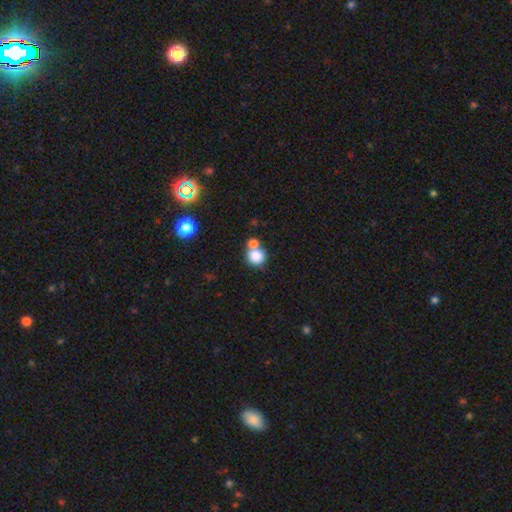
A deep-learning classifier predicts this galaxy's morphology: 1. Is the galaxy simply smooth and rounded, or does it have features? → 83% smooth, 10% star or artifact, 7% featured or disk.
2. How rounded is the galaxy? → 87% round, 12% in between, 1% cigar-shaped.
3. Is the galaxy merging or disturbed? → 49% none, 38% merger, 9% minor disturbance, 4% major disturbance.